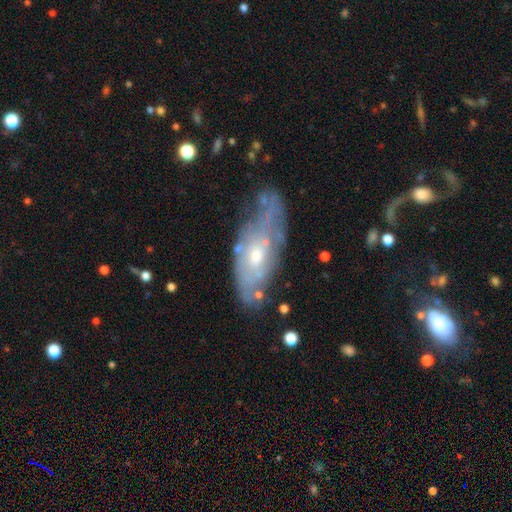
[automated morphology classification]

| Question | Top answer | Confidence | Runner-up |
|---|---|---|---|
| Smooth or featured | featured or disk | 66% | smooth (26%) |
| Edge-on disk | no | 83% | yes (17%) |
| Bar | no | 74% | weak (22%) |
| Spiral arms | yes | 57% | no (43%) |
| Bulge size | moderate | 49% | small (45%) |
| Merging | none | 52% | minor disturbance (29%) |